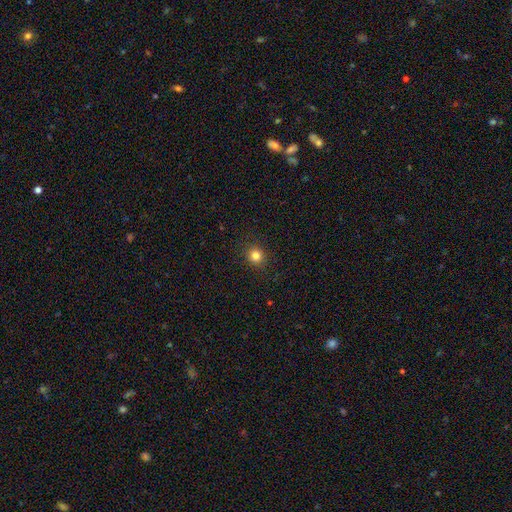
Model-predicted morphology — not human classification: Smooth or featured?
  - smooth: 82% *
  - star or artifact: 13%
  - featured or disk: 5%
How rounded?
  - round: 88% *
  - in between: 11%
  - cigar-shaped: 1%
Merging?
  - none: 91% *
  - minor disturbance: 6%
  - major disturbance: 2%
  - merger: 1%